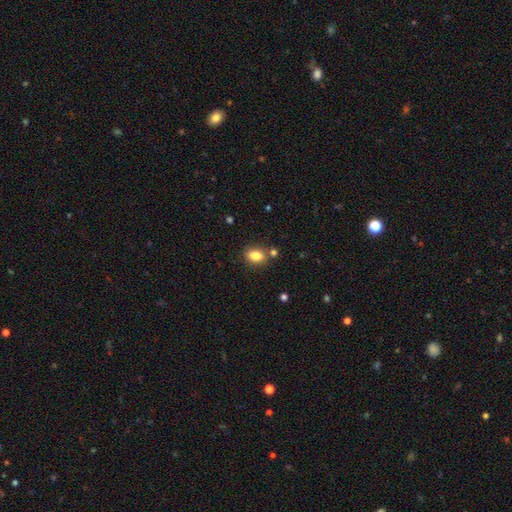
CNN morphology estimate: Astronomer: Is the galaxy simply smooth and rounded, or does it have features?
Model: smooth — 84%.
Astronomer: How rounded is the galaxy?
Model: in between — 78%.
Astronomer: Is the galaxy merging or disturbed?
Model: none — 74%.